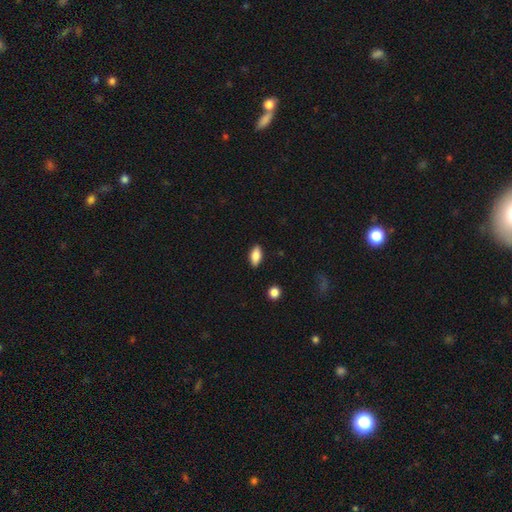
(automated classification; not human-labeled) smooth_or_featured: smooth (p=0.85) [alt: featured or disk p=0.08]
how_rounded: in between (p=0.89) [alt: cigar-shaped p=0.08]
merging: none (p=0.88) [alt: minor disturbance p=0.09]